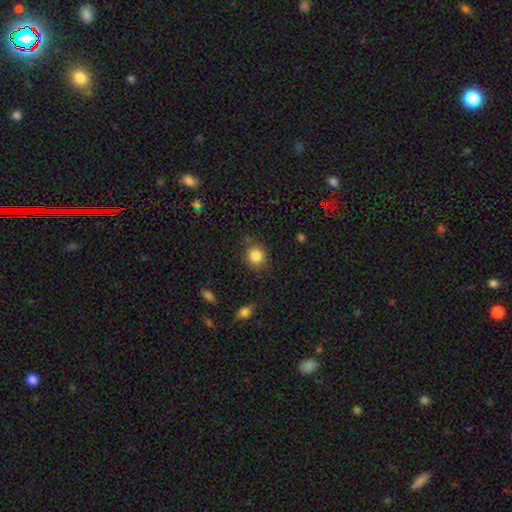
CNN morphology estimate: smooth 85%, star or artifact 10%, featured or disk 6%. Down the decision tree: how rounded — round (82%); merging — none (82%).